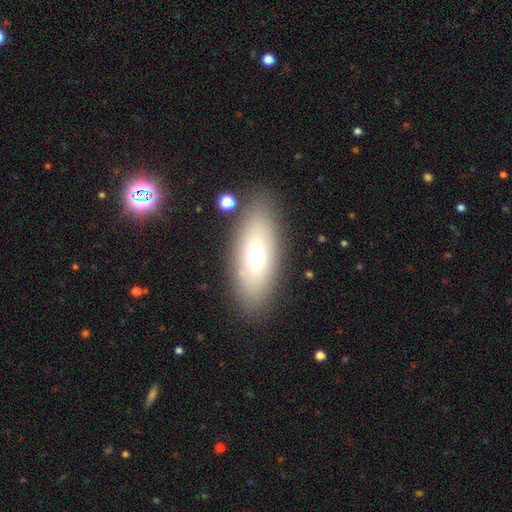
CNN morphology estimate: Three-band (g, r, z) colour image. It shows a smooth galaxy with no disk features (63%) that is in between round and cigar-shaped (76%). Merging: none (84%).